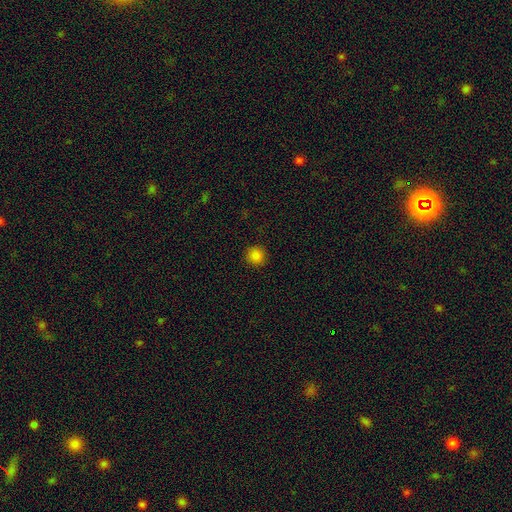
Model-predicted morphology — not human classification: type=smooth (85%); roundness=round (94%); merging=none (92%).